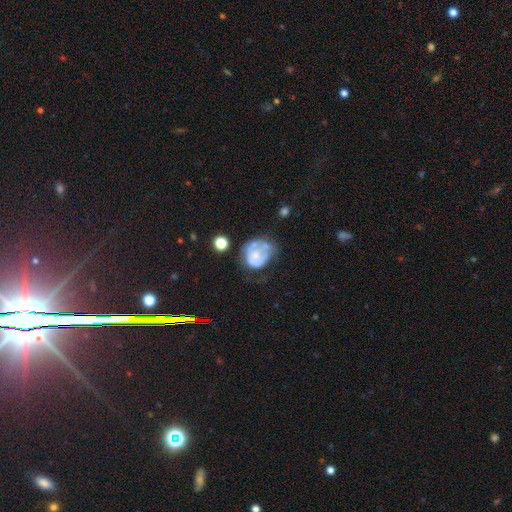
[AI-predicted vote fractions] smooth-or-featured: featured or disk: 57% | smooth: 34% | star or artifact: 9%
  disk-edge-on: no: 98% | yes: 2%
    bar: no: 86% | weak: 12% | strong: 3%
    has-spiral-arms: no: 65% | yes: 35%
    bulge-size: small: 41% | moderate: 32% | none: 21% | large: 4% | dominant: 2%
  merging: none: 33% | minor disturbance: 30% | major disturbance: 28% | merger: 8%